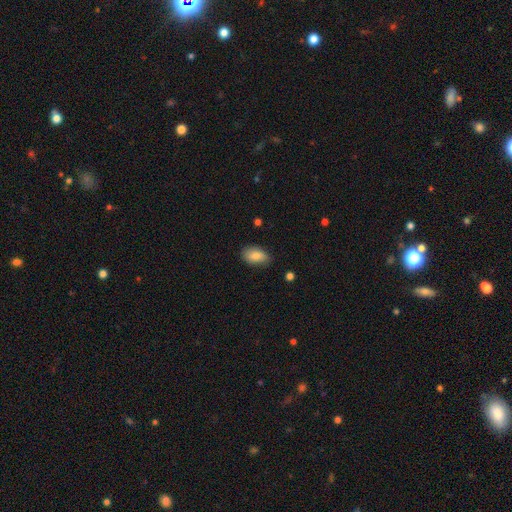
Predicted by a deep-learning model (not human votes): smooth-or-featured: smooth: 82% | featured or disk: 11% | star or artifact: 7%
  how-rounded: in between: 91% | round: 7% | cigar-shaped: 2%
  merging: none: 75% | minor disturbance: 21% | major disturbance: 3% | merger: 1%